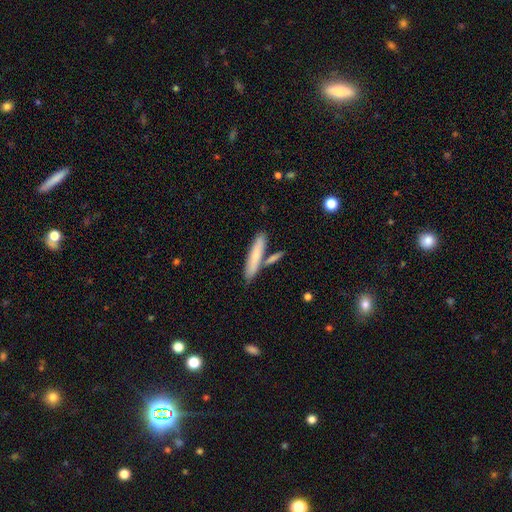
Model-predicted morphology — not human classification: Smooth or featured: smooth — 76% (featured or disk — 18%)
How rounded: cigar-shaped — 89% (in between — 10%)
Merging: none — 74% (merger — 13%)